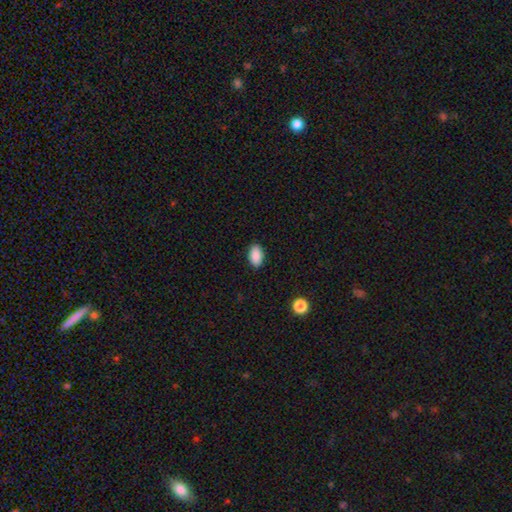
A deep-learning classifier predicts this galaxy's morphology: The model was most divided on "merging": none: 88%, minor disturbance: 9%, major disturbance: 2%, merger: 1%. More confident: how rounded — in between (92%); smooth or featured — smooth (89%).